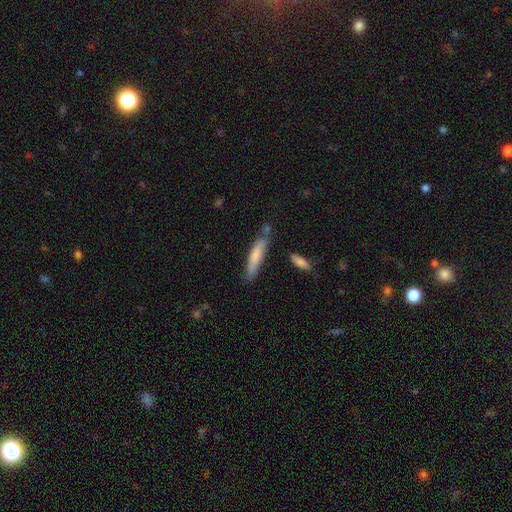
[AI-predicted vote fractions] Overall: smooth (74%). How rounded: cigar-shaped (84%). Merging: none (68%).